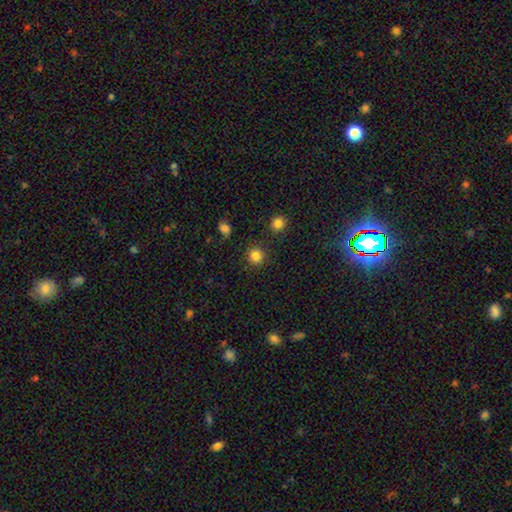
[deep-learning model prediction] Smooth or featured? smooth (83%)
How rounded? round (92%)
Merging? none (88%)